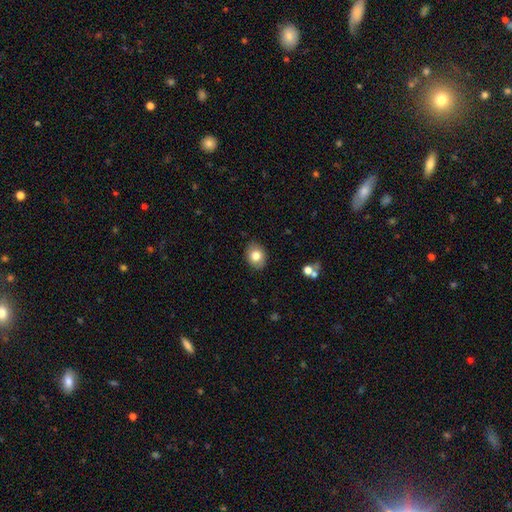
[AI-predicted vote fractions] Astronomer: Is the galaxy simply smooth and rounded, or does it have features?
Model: smooth — 79%.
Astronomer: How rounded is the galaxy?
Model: in between — 60% (runner-up: round, 39%).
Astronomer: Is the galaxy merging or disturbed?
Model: none — 87%.